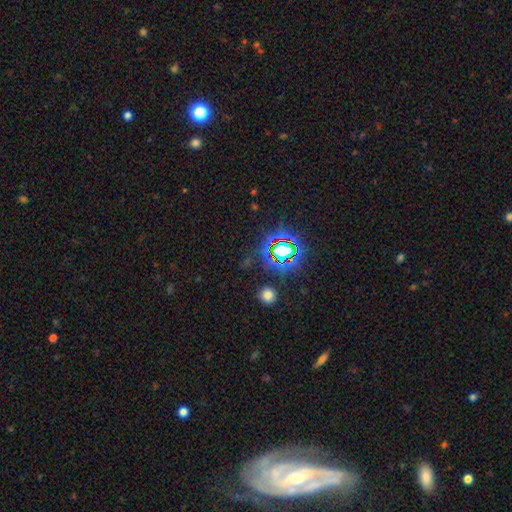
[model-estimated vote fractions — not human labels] Q: Smooth or featured?
A: star or artifact (77%); runner-up: smooth (15%)